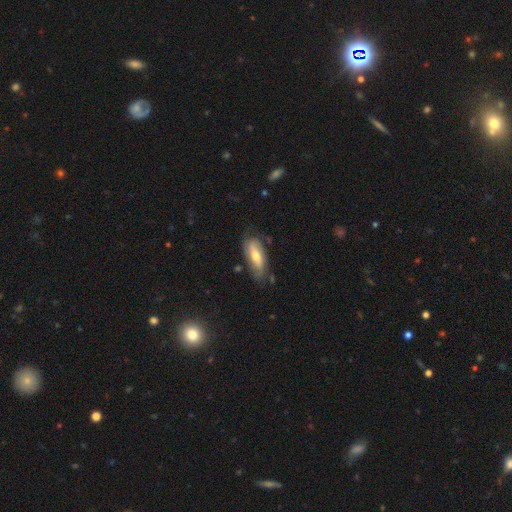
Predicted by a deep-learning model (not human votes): smooth-or-featured: featured or disk: 48% | smooth: 45% | star or artifact: 7%
  merging: none: 66% | minor disturbance: 24% | major disturbance: 7% | merger: 3%